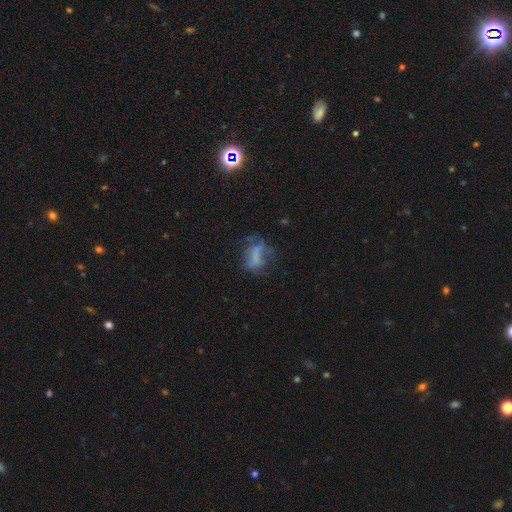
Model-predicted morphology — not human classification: The model was most divided on "smooth or featured": featured or disk: 42%, smooth: 40%, star or artifact: 17%. Remaining: merging — none (39%).